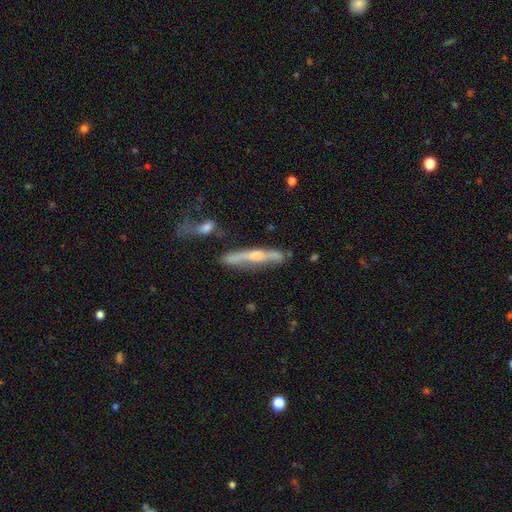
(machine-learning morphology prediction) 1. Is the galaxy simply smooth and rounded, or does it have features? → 73% featured or disk, 21% smooth, 6% star or artifact.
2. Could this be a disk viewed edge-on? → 90% yes, 10% no.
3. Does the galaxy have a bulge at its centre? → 85% rounded, 9% none, 6% boxy.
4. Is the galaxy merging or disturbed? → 69% none, 18% minor disturbance, 8% merger, 6% major disturbance.